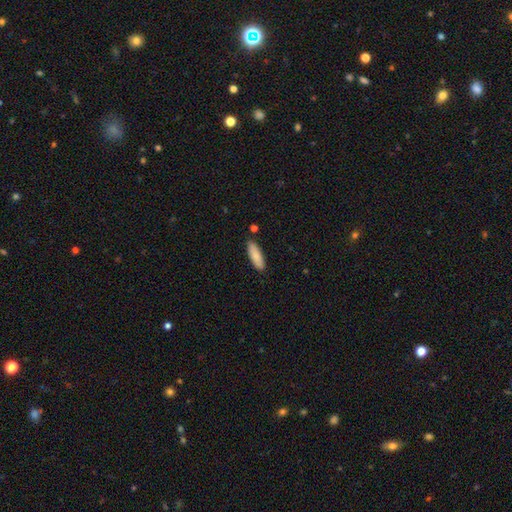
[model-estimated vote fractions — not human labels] Overall: smooth (84%). How rounded: in between (53%; cigar-shaped 45%). Merging: none (86%).